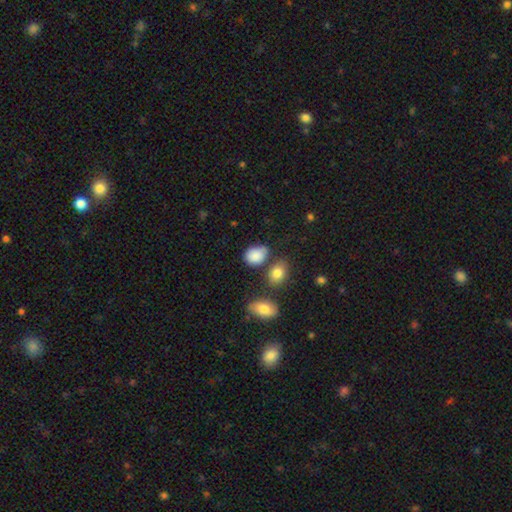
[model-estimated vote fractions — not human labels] Smooth or featured? Predicted: smooth (p=0.86). How rounded? Predicted: in between (p=0.70). Merging? Predicted: none (p=0.59).